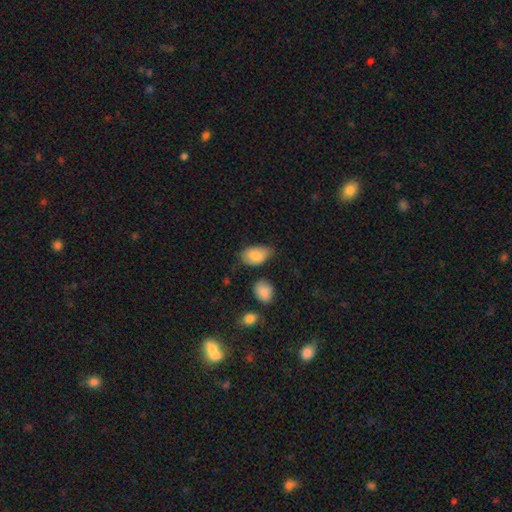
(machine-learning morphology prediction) Smooth or featured? Predicted: smooth (p=0.83). How rounded? Predicted: in between (p=0.90). Merging? Predicted: none (p=0.56).